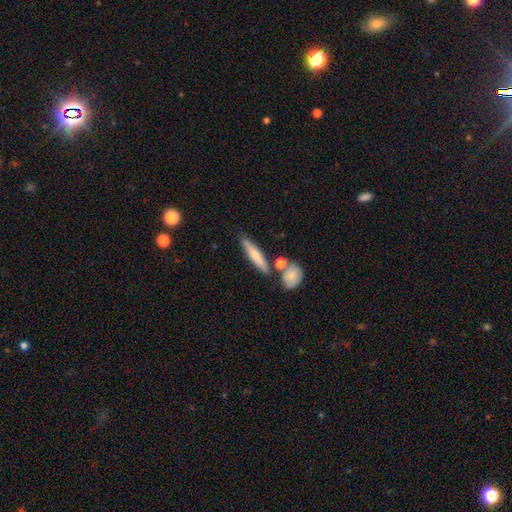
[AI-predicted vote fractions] This appears to be a smooth galaxy with no disk features (63%) that is cigar-shaped (84%). Merging: none (74%).